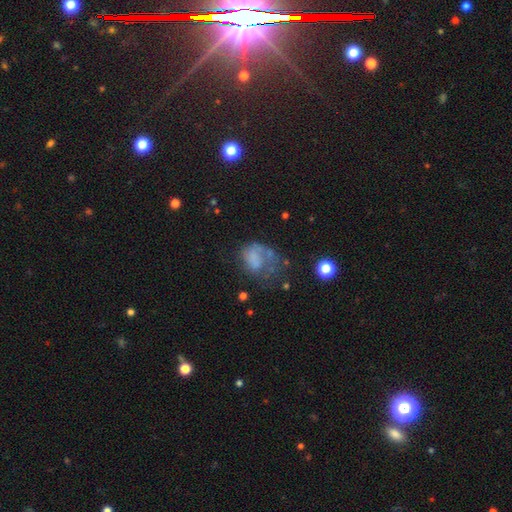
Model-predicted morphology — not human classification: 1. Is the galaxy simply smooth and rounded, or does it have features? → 45% smooth, 40% featured or disk, 15% star or artifact.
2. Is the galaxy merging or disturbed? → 46% major disturbance, 27% none, 21% minor disturbance, 6% merger.